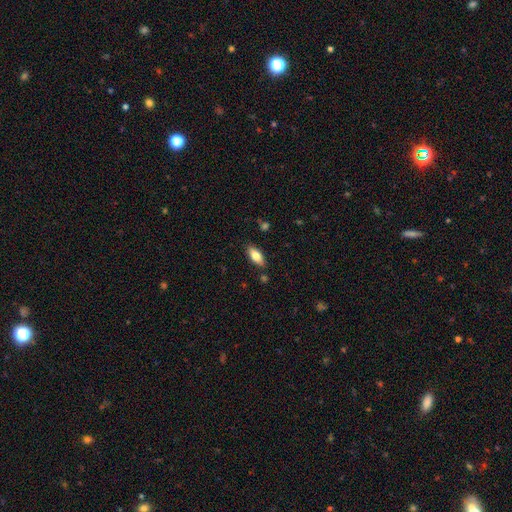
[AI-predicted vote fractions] This is likely a smooth galaxy (78%). How rounded: clearly in between (86%). Merging: clearly none (84%).